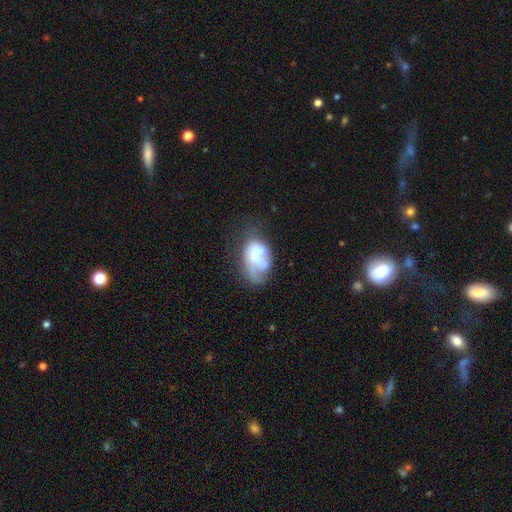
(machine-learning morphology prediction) This appears to be a smooth galaxy with no disk features (46%). Merging: major disturbance (31%).